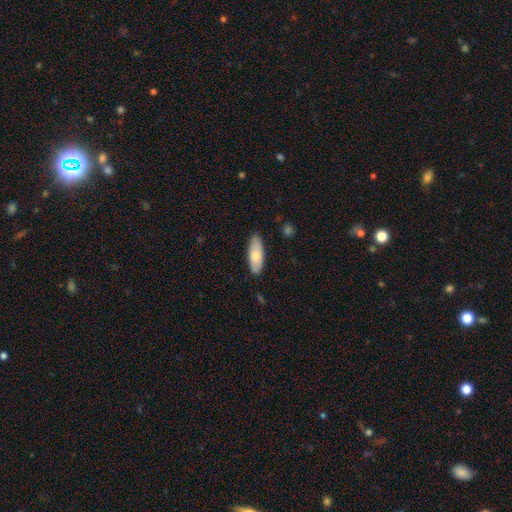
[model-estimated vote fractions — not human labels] smooth-or-featured: smooth: 76% | featured or disk: 19% | star or artifact: 6%
  how-rounded: in between: 71% | cigar-shaped: 27% | round: 2%
  merging: none: 85% | minor disturbance: 11% | major disturbance: 2% | merger: 1%